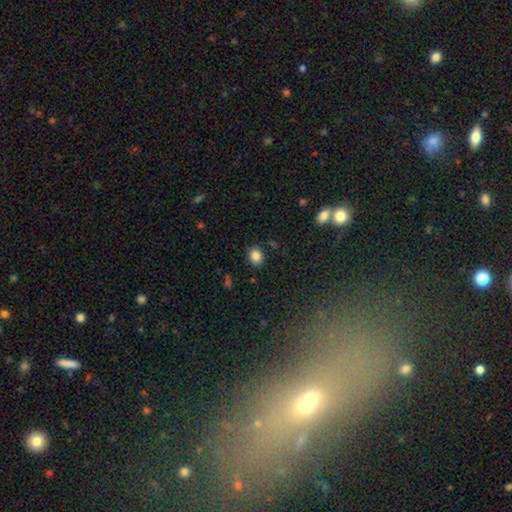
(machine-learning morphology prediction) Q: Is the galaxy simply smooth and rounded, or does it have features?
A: smooth — 85%.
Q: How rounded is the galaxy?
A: round — 58%.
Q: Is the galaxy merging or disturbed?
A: none — 84%.